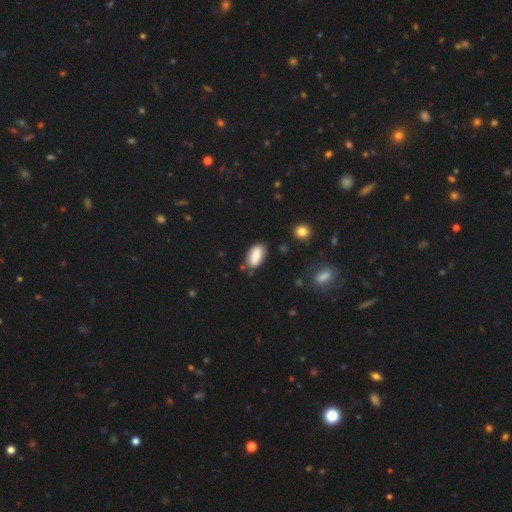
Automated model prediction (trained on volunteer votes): smooth-or-featured: smooth: 81% | featured or disk: 12% | star or artifact: 7%
  how-rounded: in between: 93% | cigar-shaped: 4% | round: 3%
  merging: none: 77% | minor disturbance: 16% | merger: 3% | major disturbance: 3%